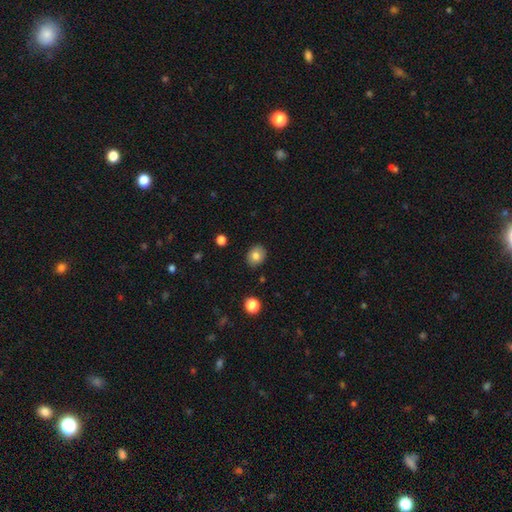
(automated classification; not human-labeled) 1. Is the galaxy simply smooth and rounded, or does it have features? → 80% smooth, 11% featured or disk, 9% star or artifact.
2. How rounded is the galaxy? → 55% round, 44% in between, 1% cigar-shaped.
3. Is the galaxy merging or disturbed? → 87% none, 9% minor disturbance, 2% major disturbance, 1% merger.